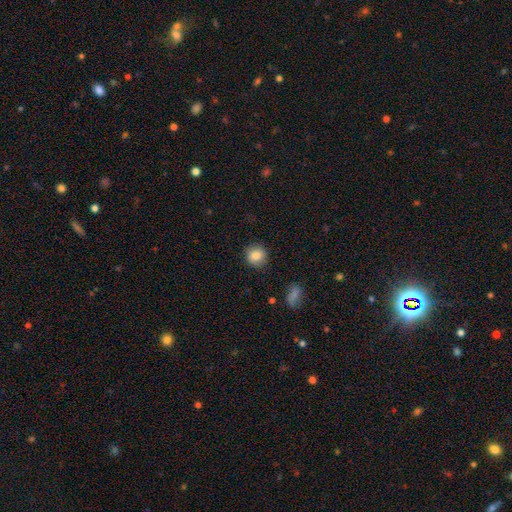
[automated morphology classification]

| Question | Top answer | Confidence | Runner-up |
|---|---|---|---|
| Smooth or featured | smooth | 85% | star or artifact (9%) |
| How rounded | round | 89% | in between (10%) |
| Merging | none | 88% | minor disturbance (8%) |